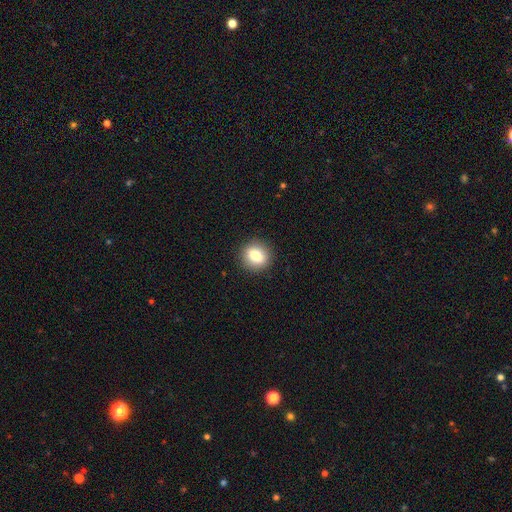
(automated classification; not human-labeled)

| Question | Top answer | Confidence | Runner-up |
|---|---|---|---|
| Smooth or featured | smooth | 79% | featured or disk (12%) |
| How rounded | round | 73% | in between (25%) |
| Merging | none | 90% | minor disturbance (7%) |